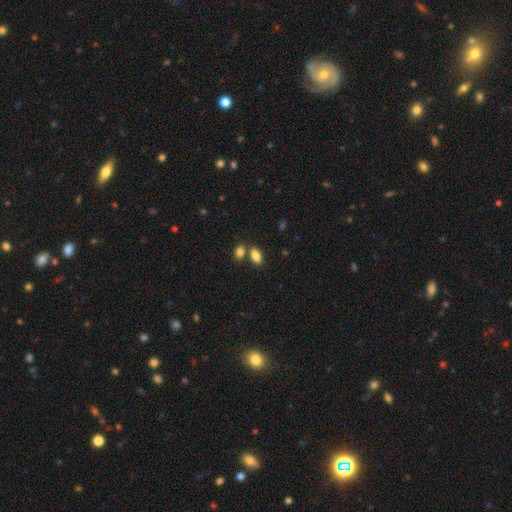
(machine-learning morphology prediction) A smooth galaxy with no disk features (85%) that is in between round and cigar-shaped (90%).

Vote fractions:
- Smooth or featured? smooth: 85% / star or artifact: 8% / featured or disk: 7%
- How rounded? in between: 90% / round: 7% / cigar-shaped: 4%
- Merging? none: 61% / merger: 26% / minor disturbance: 10% / major disturbance: 3%